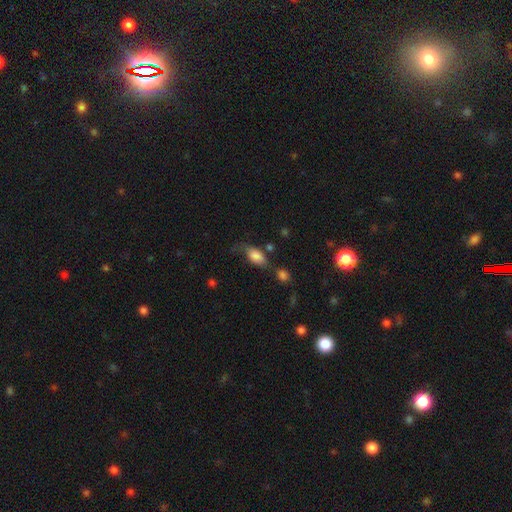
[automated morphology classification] The model was most divided on "merging": none: 37%, minor disturbance: 29%, major disturbance: 22%, merger: 12%. More confident: how rounded — in between (89%); smooth or featured — smooth (78%).